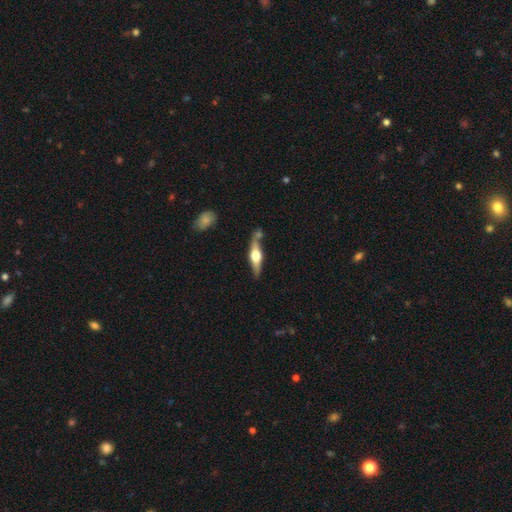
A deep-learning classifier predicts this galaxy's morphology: Smooth or featured? featured or disk (64%)
Edge-on disk? yes (94%)
Edge-on bulge? rounded (94%)
Merging? none (69%)